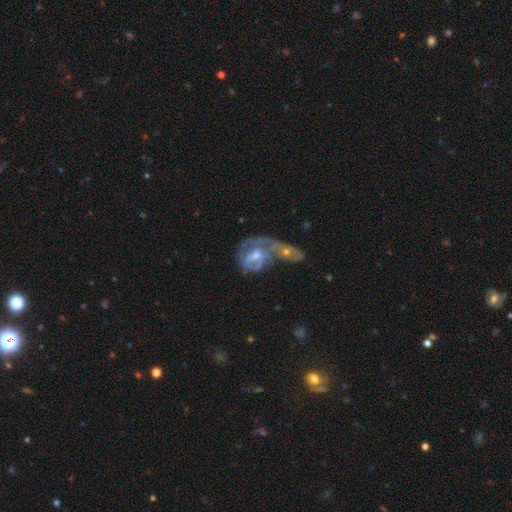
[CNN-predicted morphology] smooth-or-featured: featured or disk: 73% | smooth: 19% | star or artifact: 8%
  disk-edge-on: no: 95% | yes: 5%
    bar: no: 51% | weak: 38% | strong: 11%
    has-spiral-arms: yes: 71% | no: 29%
    bulge-size: moderate: 53% | small: 34% | large: 6% | none: 6% | dominant: 2%
  merging: merger: 65% | none: 15% | major disturbance: 13% | minor disturbance: 8%